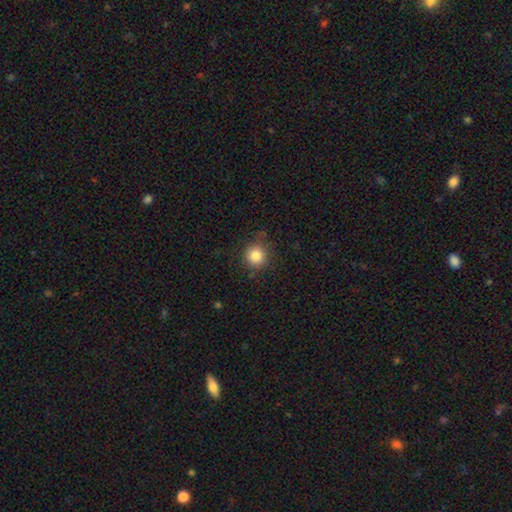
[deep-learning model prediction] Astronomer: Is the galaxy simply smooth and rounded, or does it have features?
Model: smooth — 84%.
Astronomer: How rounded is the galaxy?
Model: round — 93%.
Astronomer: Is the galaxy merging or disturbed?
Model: none — 81%.